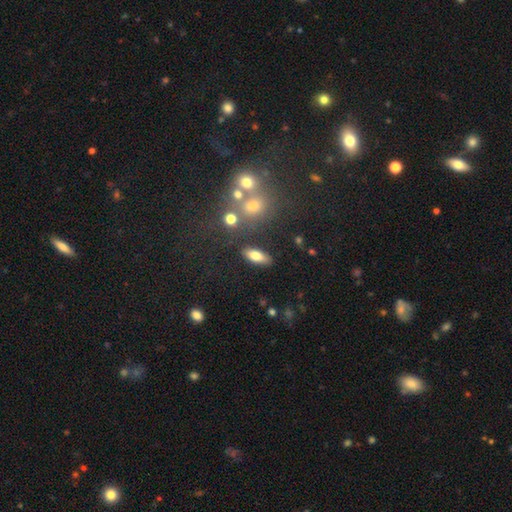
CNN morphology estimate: smooth 76%, featured or disk 15%, star or artifact 9%. Down the decision tree: how rounded — in between (76%); merging — none (83%).